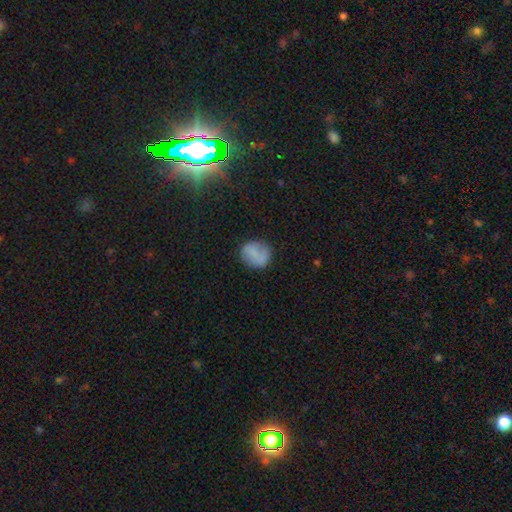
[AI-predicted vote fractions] The model was most divided on "how rounded": round: 75%, in between: 23%, cigar-shaped: 1%. More confident: merging — none (75%); smooth or featured — smooth (71%).